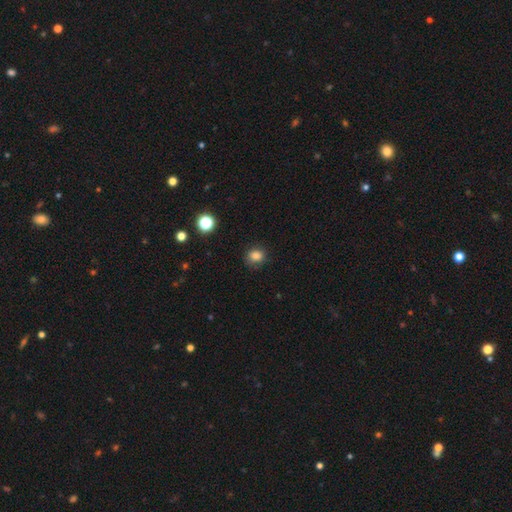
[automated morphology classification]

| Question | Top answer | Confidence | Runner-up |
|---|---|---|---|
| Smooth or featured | smooth | 83% | star or artifact (12%) |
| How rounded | round | 68% | in between (32%) |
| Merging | none | 82% | minor disturbance (13%) |